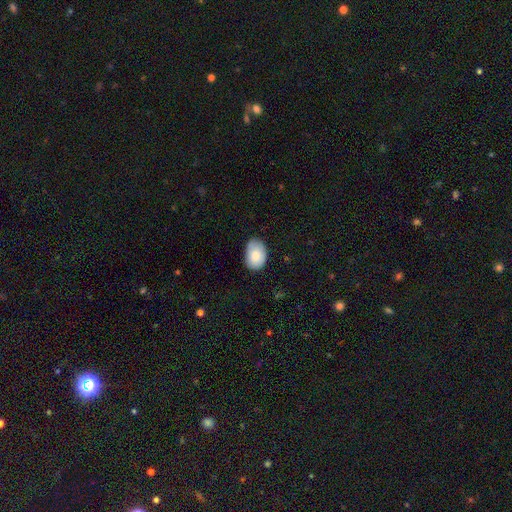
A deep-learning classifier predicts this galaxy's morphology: smooth-or-featured: smooth: 80% | featured or disk: 14% | star or artifact: 7%
  how-rounded: in between: 81% | round: 18% | cigar-shaped: 1%
  merging: none: 65% | minor disturbance: 29% | major disturbance: 5% | merger: 1%